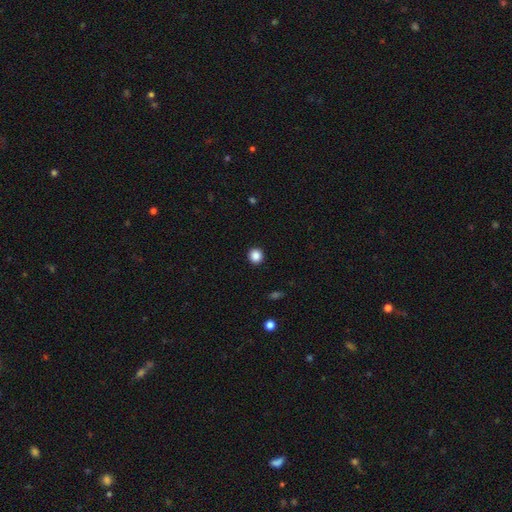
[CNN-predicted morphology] type=smooth (87%); roundness=round (92%); merging=none (93%).